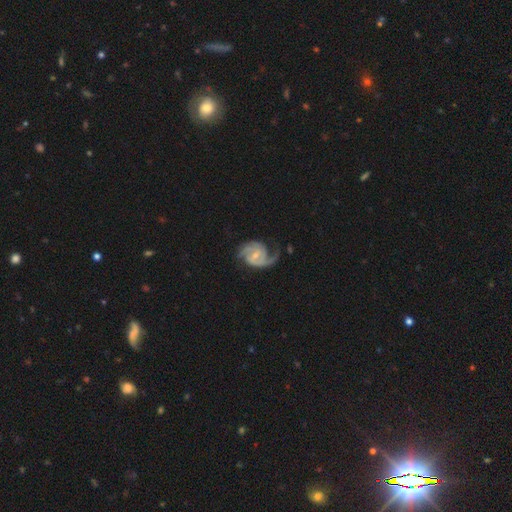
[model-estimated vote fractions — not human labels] Smooth or featured? Predicted: featured or disk (p=0.90). Edge-on disk? Predicted: no (p=0.98). Bar? Predicted: weak (p=0.46). Spiral arms? Predicted: yes (p=0.98). Spiral winding? Predicted: medium (p=0.53). Spiral arm count? Predicted: 2 (p=0.83). Bulge size? Predicted: small (p=0.61). Merging? Predicted: none (p=0.66).